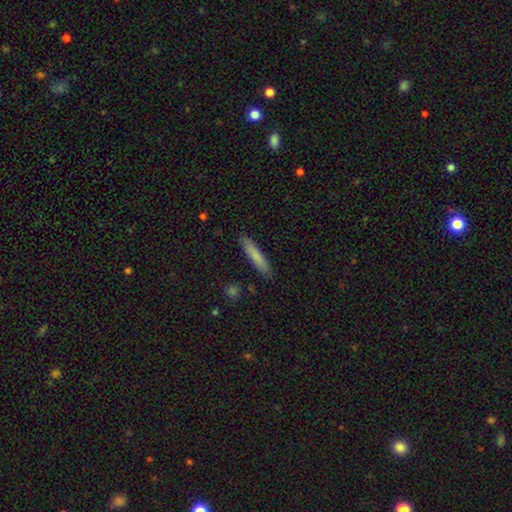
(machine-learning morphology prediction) smooth_or_featured: smooth (p=0.79) [alt: featured or disk p=0.15]
how_rounded: cigar-shaped (p=0.92) [alt: in between p=0.07]
merging: none (p=0.88) [alt: minor disturbance p=0.09]